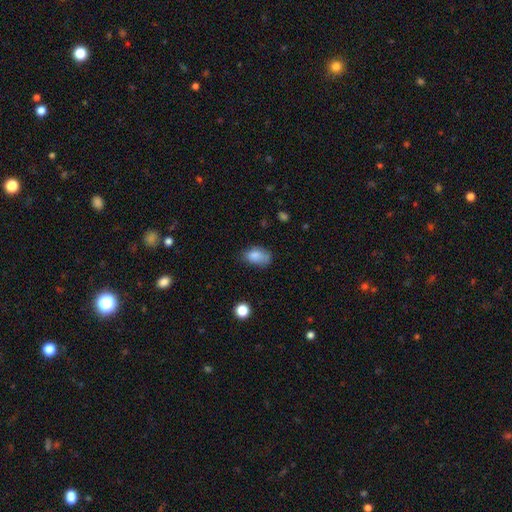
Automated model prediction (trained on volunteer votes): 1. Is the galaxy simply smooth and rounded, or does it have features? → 82% smooth, 9% star or artifact, 9% featured or disk.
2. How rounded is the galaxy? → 89% in between, 9% round, 2% cigar-shaped.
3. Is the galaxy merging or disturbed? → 57% none, 31% minor disturbance, 9% major disturbance, 3% merger.